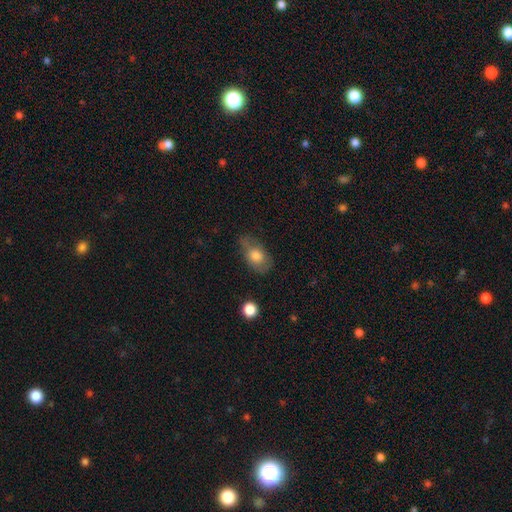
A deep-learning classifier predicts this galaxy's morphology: smooth 71%, featured or disk 20%, star or artifact 8%. Down the decision tree: how rounded — in between (82%); merging — none (57%).